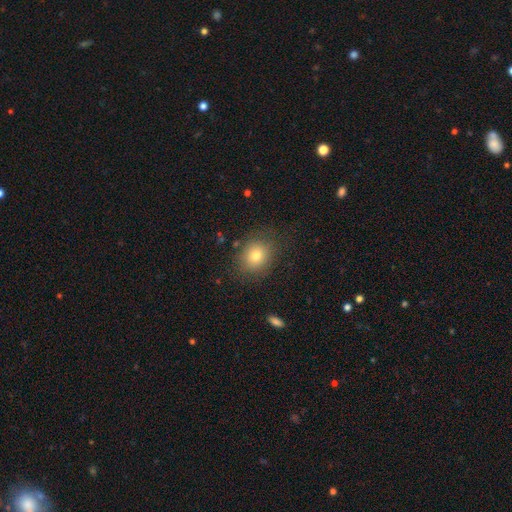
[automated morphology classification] A smooth galaxy with no disk features (76%) that is round (65%). Merging: none (80%).